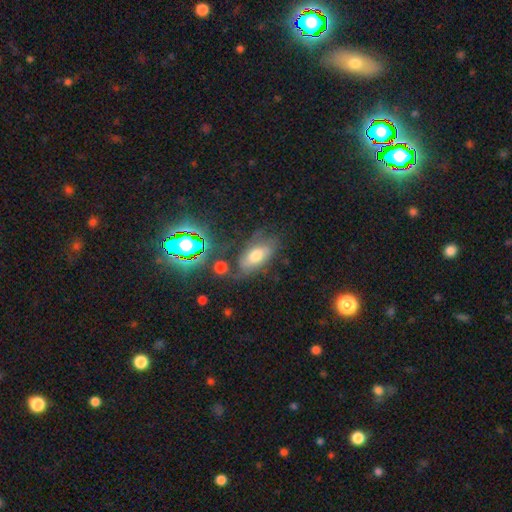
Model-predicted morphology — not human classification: Q: Smooth or featured?
A: featured or disk (44%); runner-up: smooth (41%)
Q: Merging?
A: none (56%); runner-up: minor disturbance (24%)